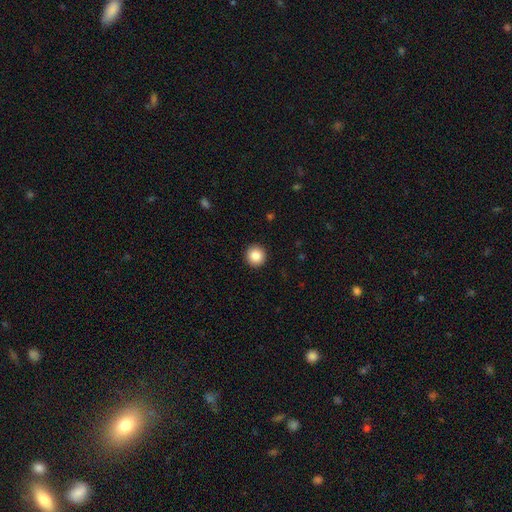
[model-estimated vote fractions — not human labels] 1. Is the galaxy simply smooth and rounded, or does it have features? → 86% smooth, 9% star or artifact, 4% featured or disk.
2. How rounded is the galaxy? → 95% round, 4% in between, 1% cigar-shaped.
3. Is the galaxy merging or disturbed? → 93% none, 4% minor disturbance, 2% major disturbance, 1% merger.